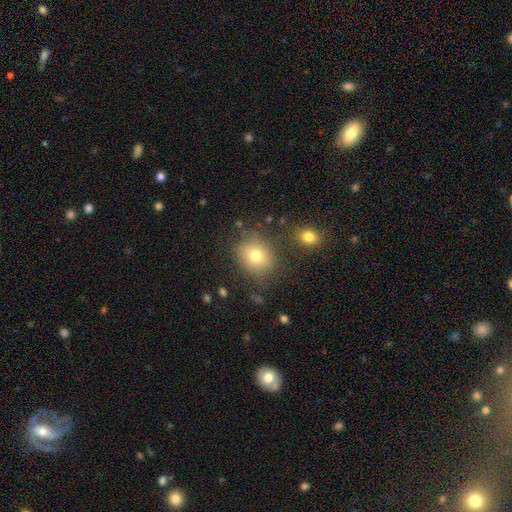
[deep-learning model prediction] This is likely a smooth galaxy (75%). How rounded: likely round (68%). Merging: likely none (77%).